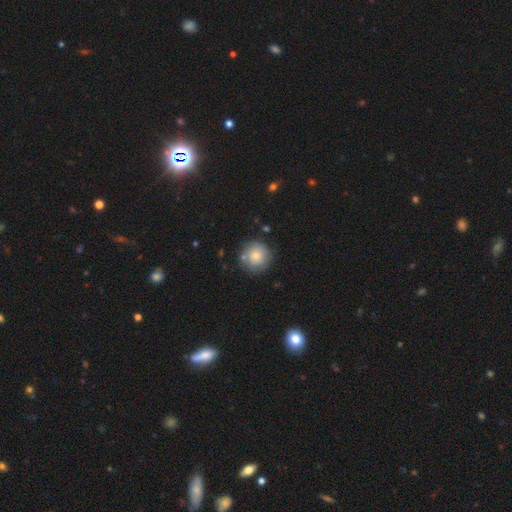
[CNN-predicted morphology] This appears to be a smooth galaxy with no disk features (79%) that is round (94%). Merging: none (78%).